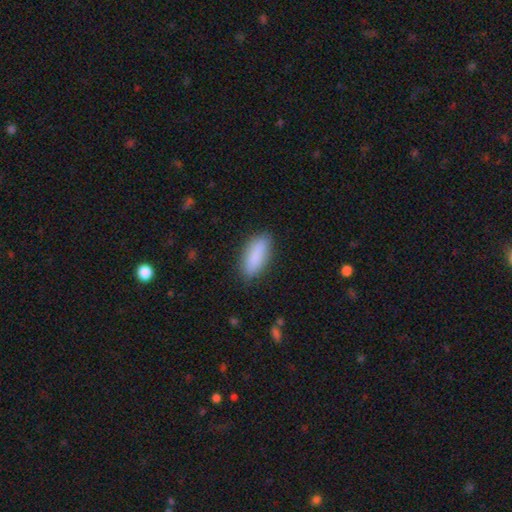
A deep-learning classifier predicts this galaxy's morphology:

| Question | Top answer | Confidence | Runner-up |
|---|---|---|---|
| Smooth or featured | smooth | 86% | featured or disk (7%) |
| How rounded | in between | 73% | cigar-shaped (25%) |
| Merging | none | 84% | minor disturbance (12%) |